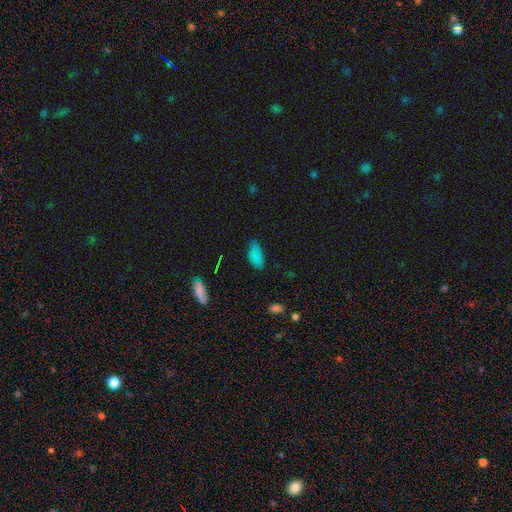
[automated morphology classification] smooth_or_featured: smooth (p=0.80) [alt: star or artifact p=0.13]
how_rounded: in between (p=0.89) [alt: cigar-shaped p=0.08]
merging: none (p=0.64) [alt: minor disturbance p=0.27]